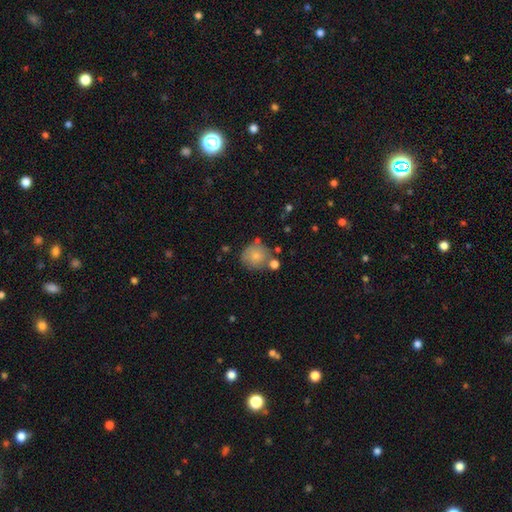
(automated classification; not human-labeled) A smooth galaxy with no disk features (78%) that is round (88%). Merging: none (64%).